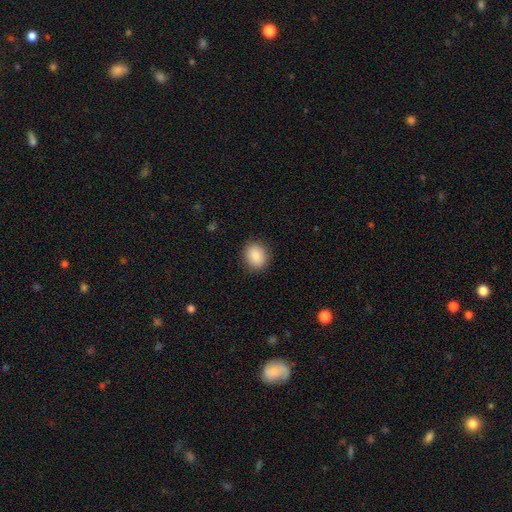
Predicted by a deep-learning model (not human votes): A smooth galaxy with no disk features (86%) that is round (66%).

Vote fractions:
- Smooth or featured? smooth: 86% / star or artifact: 8% / featured or disk: 5%
- How rounded? round: 66% / in between: 33% / cigar-shaped: 1%
- Merging? none: 88% / minor disturbance: 8% / major disturbance: 3% / merger: 1%